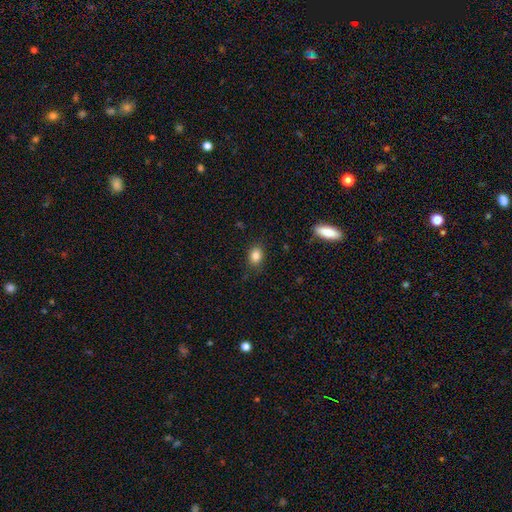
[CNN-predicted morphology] type=smooth (85%); roundness=in between (65%); merging=none (83%).